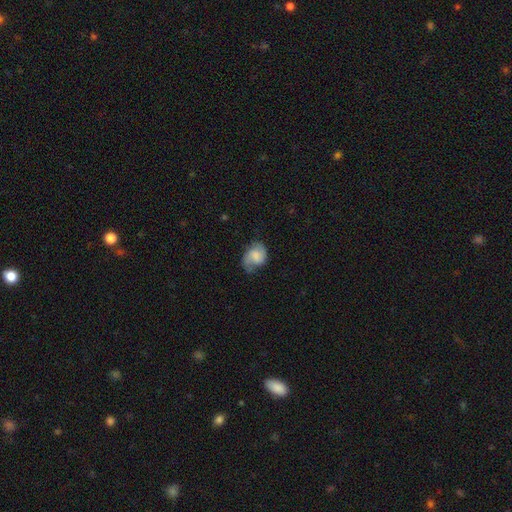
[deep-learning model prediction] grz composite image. It shows a smooth galaxy with no disk features (47%). Merging: none (50%).